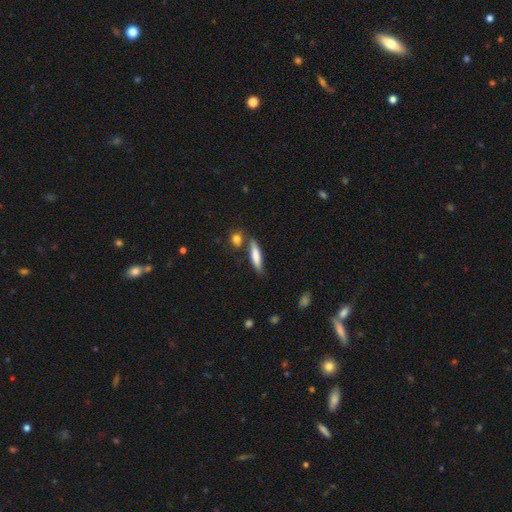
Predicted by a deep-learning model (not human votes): The model was most divided on "smooth or featured": smooth: 73%, featured or disk: 21%, star or artifact: 6%. More confident: how rounded — cigar-shaped (79%); merging — none (73%).